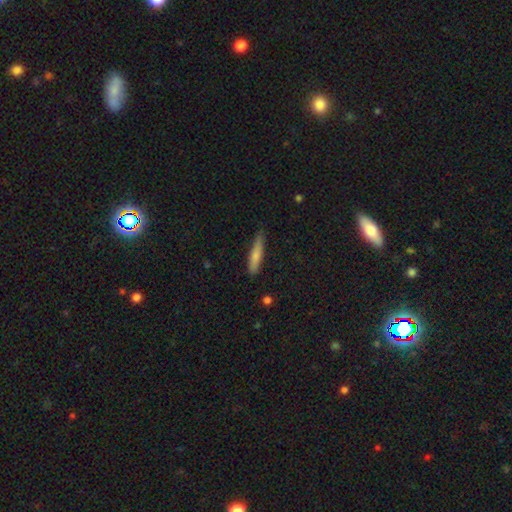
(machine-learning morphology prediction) Smooth or featured?
  - smooth: 72% *
  - featured or disk: 21%
  - star or artifact: 6%
How rounded?
  - cigar-shaped: 86% *
  - in between: 12%
  - round: 2%
Merging?
  - none: 74% *
  - minor disturbance: 21%
  - major disturbance: 3%
  - merger: 2%